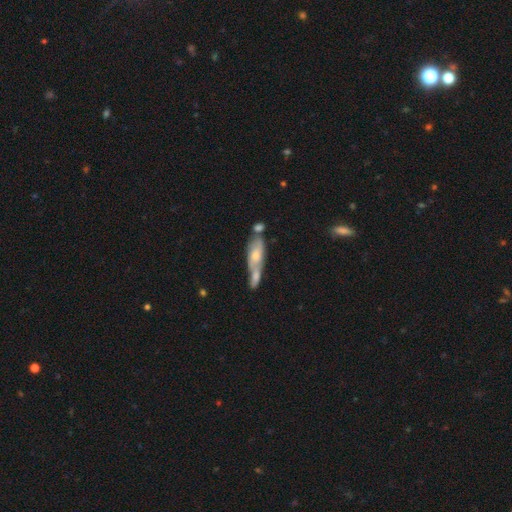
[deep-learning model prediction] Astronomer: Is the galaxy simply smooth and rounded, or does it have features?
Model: smooth — 47% (runner-up: featured or disk, 46%).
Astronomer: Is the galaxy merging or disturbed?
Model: merger — 50% (runner-up: none, 29%).